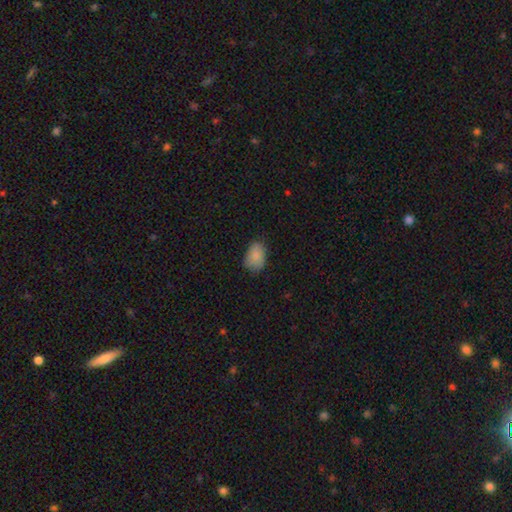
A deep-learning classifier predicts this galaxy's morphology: This is clearly a smooth galaxy (86%). How rounded: clearly in between (84%). Merging: likely none (70%).